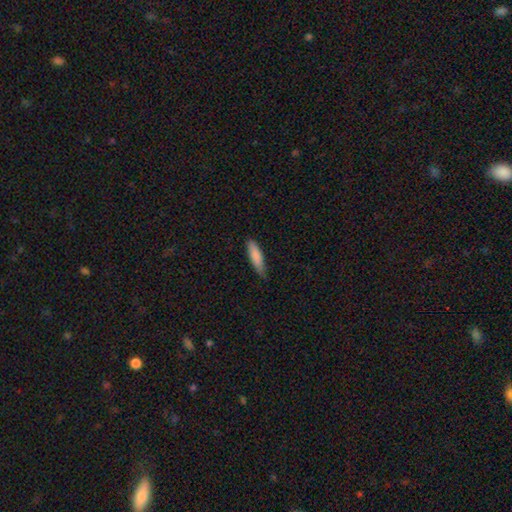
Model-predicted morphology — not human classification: type=smooth (84%); roundness=cigar-shaped (65%); merging=none (68%).